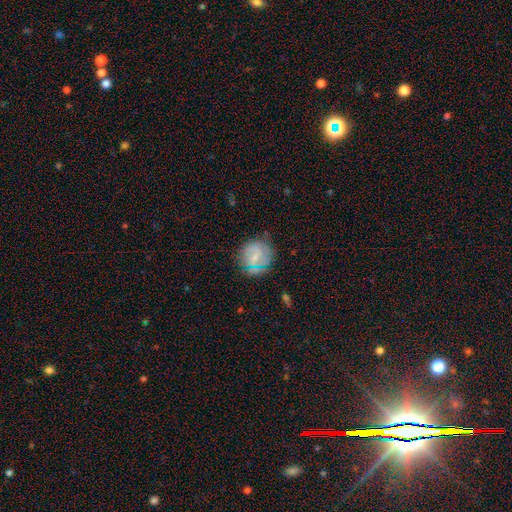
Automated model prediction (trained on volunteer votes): A smooth galaxy with no disk features (54%) that is round (84%). Merging: none (69%).